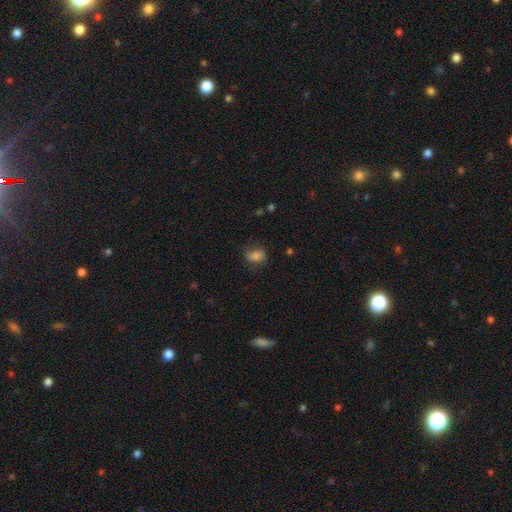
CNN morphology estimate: This appears to be a smooth galaxy with no disk features (79%) that is in between round and cigar-shaped (71%). Merging: none (67%).